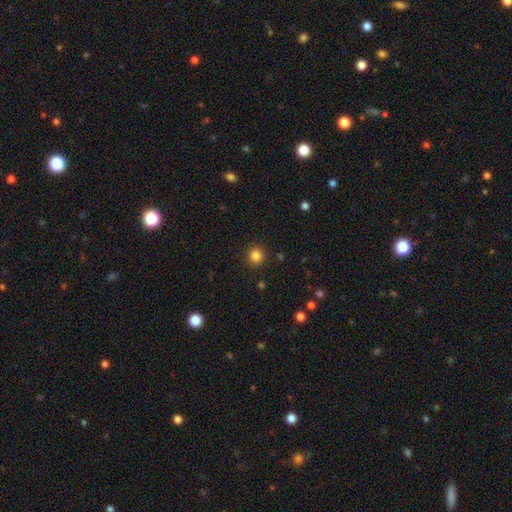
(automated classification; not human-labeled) Q: Smooth or featured?
A: smooth (83%); runner-up: star or artifact (12%)
Q: How rounded?
A: round (92%); runner-up: in between (7%)
Q: Merging?
A: none (91%); runner-up: minor disturbance (6%)